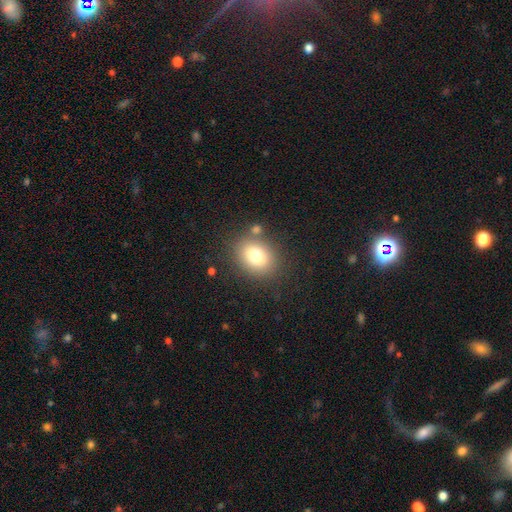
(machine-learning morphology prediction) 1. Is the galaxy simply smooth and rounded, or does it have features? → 77% smooth, 12% featured or disk, 11% star or artifact.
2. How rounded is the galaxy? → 53% in between, 46% round, 1% cigar-shaped.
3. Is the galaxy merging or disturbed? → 77% none, 11% minor disturbance, 7% merger, 4% major disturbance.